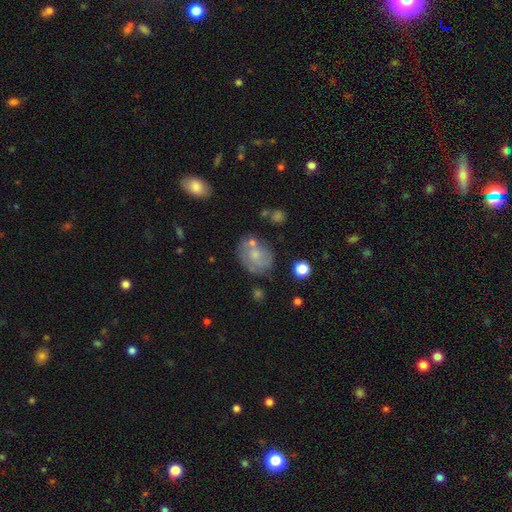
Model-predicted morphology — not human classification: Smooth or featured: smooth — 55% (featured or disk — 35%)
How rounded: round — 56% (in between — 43%)
Merging: none — 55% (minor disturbance — 22%)